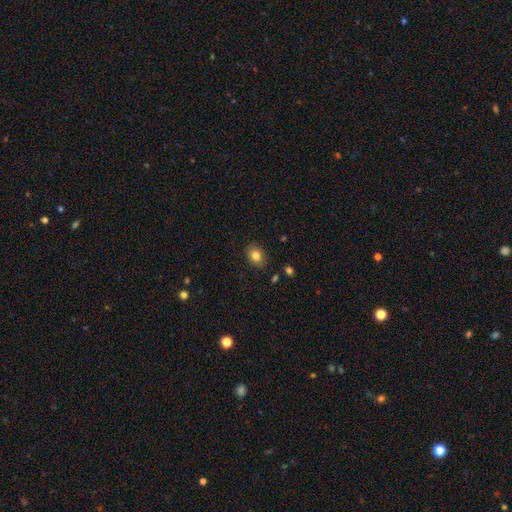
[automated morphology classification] smooth-or-featured: smooth: 82% | star or artifact: 9% | featured or disk: 9%
  how-rounded: in between: 65% | round: 34% | cigar-shaped: 1%
  merging: none: 87% | minor disturbance: 9% | major disturbance: 2% | merger: 1%